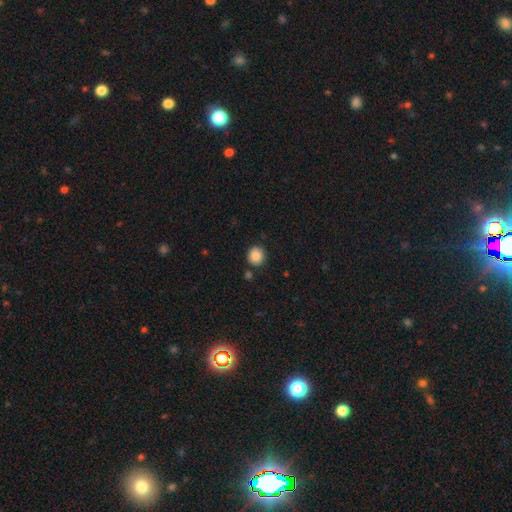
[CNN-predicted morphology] A smooth galaxy with no disk features (87%) that is round (90%).

Vote fractions:
- Smooth or featured? smooth: 87% / star or artifact: 9% / featured or disk: 4%
- How rounded? round: 90% / in between: 9% / cigar-shaped: 1%
- Merging? none: 86% / minor disturbance: 8% / merger: 4% / major disturbance: 2%